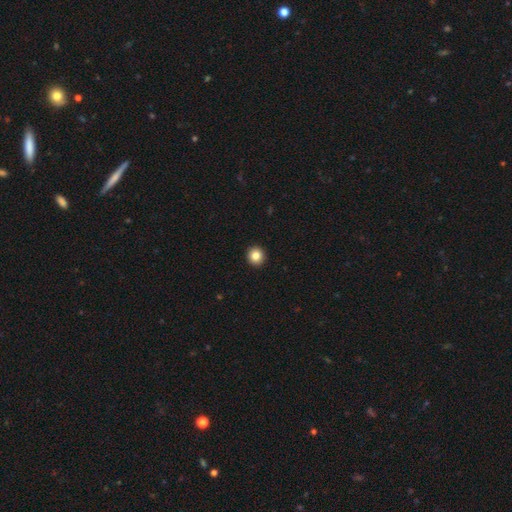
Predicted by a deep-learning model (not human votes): smooth-or-featured: smooth: 84% | star or artifact: 10% | featured or disk: 6%
  how-rounded: round: 92% | in between: 7% | cigar-shaped: 1%
  merging: none: 94% | minor disturbance: 4% | major disturbance: 1% | merger: 1%